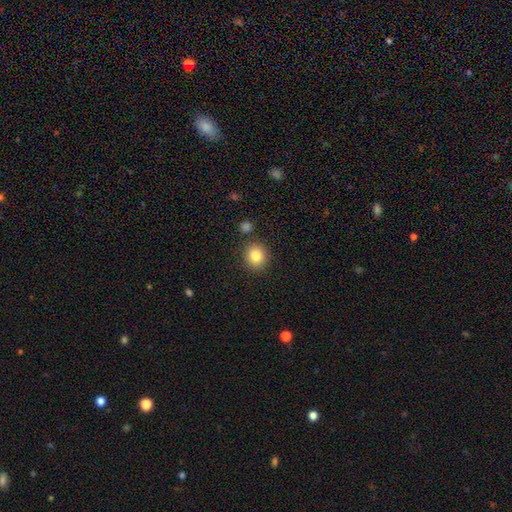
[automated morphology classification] Smooth or featured: smooth — 84% (star or artifact — 10%)
How rounded: round — 87% (in between — 12%)
Merging: none — 86% (minor disturbance — 8%)